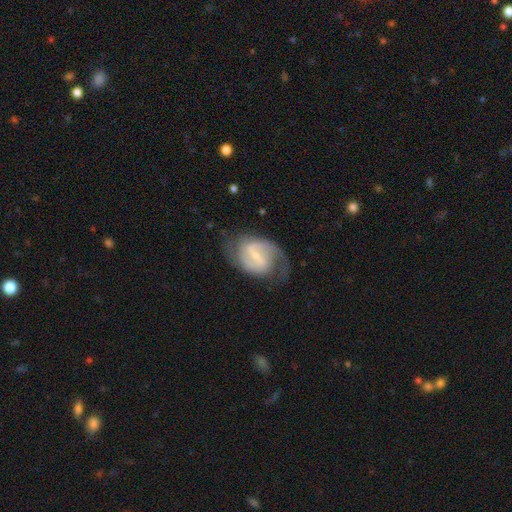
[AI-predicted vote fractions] Smooth or featured: featured or disk — 81% (smooth — 13%)
Edge-on disk: no — 97% (yes — 3%)
Bar: weak — 51% (strong — 37%)
Spiral arms: yes — 93% (no — 7%)
Spiral winding: medium — 50% (loose — 26%)
Spiral arm count: 2 — 81% (can't tell — 9%)
Bulge size: small — 62% (moderate — 26%)
Merging: none — 64% (minor disturbance — 20%)